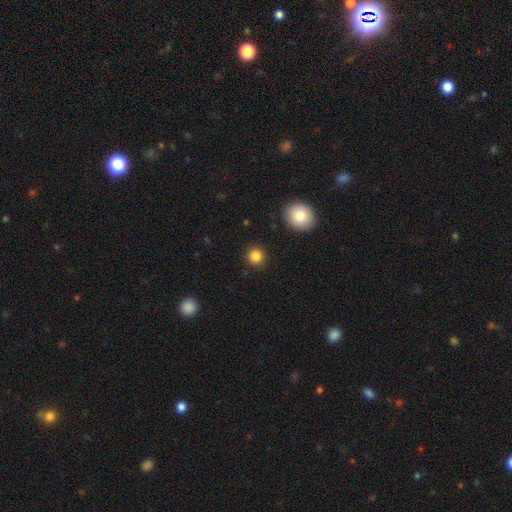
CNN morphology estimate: Q: Smooth or featured?
A: smooth (85%); runner-up: star or artifact (11%)
Q: How rounded?
A: round (92%); runner-up: in between (7%)
Q: Merging?
A: none (91%); runner-up: minor disturbance (5%)